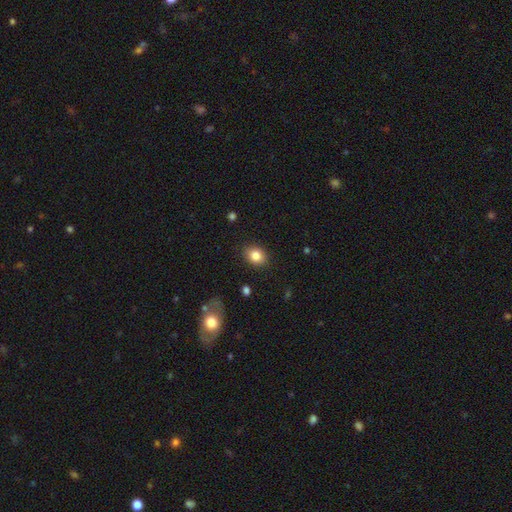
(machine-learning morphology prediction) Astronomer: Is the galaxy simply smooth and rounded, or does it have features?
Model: smooth — 84%.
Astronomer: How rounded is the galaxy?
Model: in between — 56% (runner-up: round, 43%).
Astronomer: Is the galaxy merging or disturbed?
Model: none — 87%.